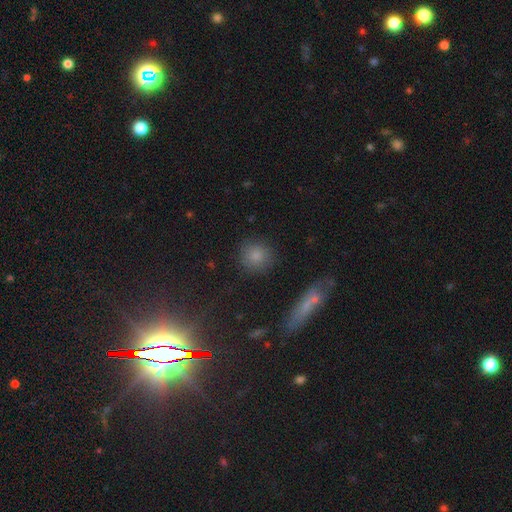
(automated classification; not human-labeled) A smooth galaxy with no disk features (81%) that is round (90%).

Vote fractions:
- Smooth or featured? smooth: 81% / star or artifact: 11% / featured or disk: 8%
- How rounded? round: 90% / in between: 8% / cigar-shaped: 1%
- Merging? none: 85% / minor disturbance: 9% / major disturbance: 4% / merger: 3%